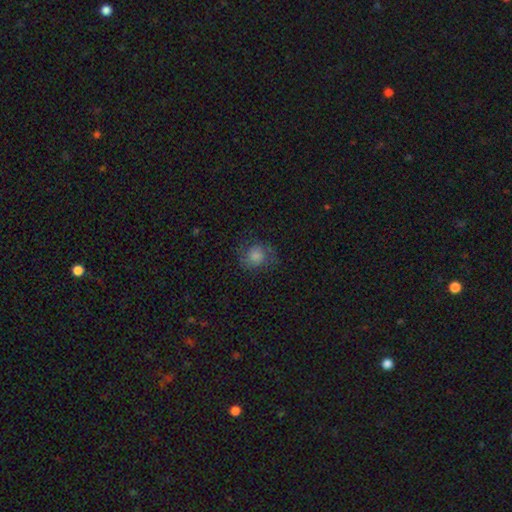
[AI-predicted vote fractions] A smooth galaxy with no disk features (52%) that is round (76%).

Vote fractions:
- Smooth or featured? smooth: 52% / featured or disk: 33% / star or artifact: 15%
- How rounded? round: 76% / in between: 23% / cigar-shaped: 1%
- Merging? none: 71% / minor disturbance: 17% / major disturbance: 10% / merger: 1%